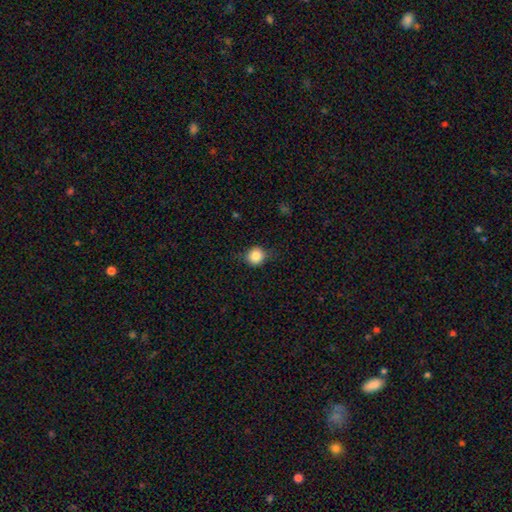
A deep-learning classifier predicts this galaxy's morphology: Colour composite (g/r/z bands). It shows a smooth galaxy with no disk features (83%) that is round (84%). Merging: none (79%).